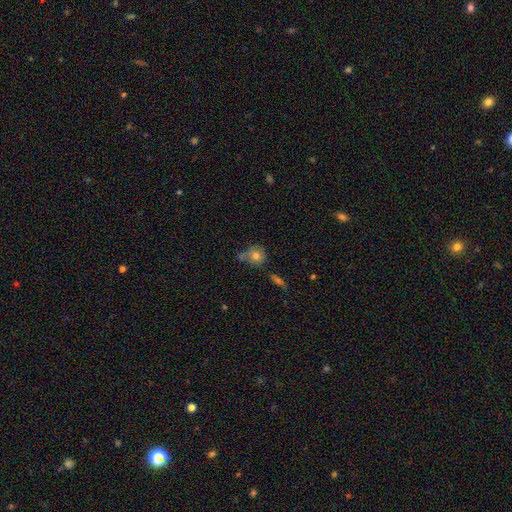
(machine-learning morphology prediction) A smooth galaxy with no disk features (75%) that is round (81%).

Vote fractions:
- Smooth or featured? smooth: 75% / featured or disk: 15% / star or artifact: 10%
- How rounded? round: 81% / in between: 18% / cigar-shaped: 1%
- Merging? none: 52% / minor disturbance: 20% / merger: 20% / major disturbance: 7%